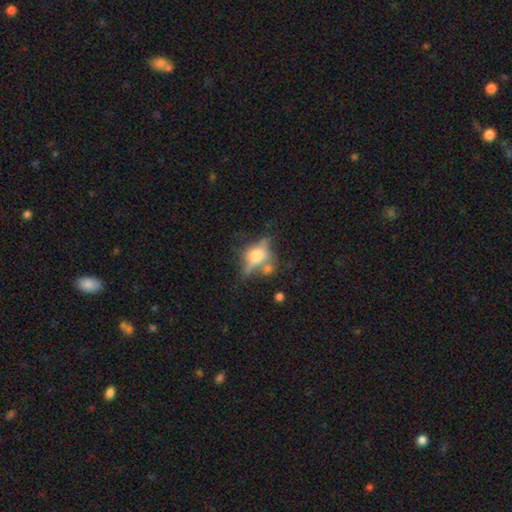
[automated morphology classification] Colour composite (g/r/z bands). It shows a featured or disk galaxy (50%) viewed edge-on (68%). Merging: none (52%).